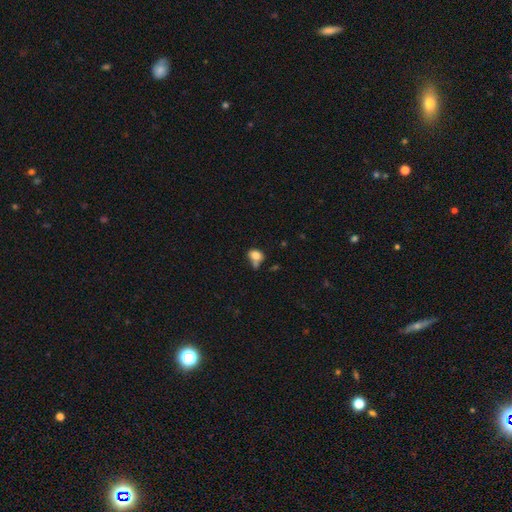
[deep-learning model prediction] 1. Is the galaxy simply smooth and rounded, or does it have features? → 79% smooth, 11% star or artifact, 10% featured or disk.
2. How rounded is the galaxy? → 60% in between, 38% round, 2% cigar-shaped.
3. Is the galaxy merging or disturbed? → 40% none, 26% minor disturbance, 22% merger, 11% major disturbance.